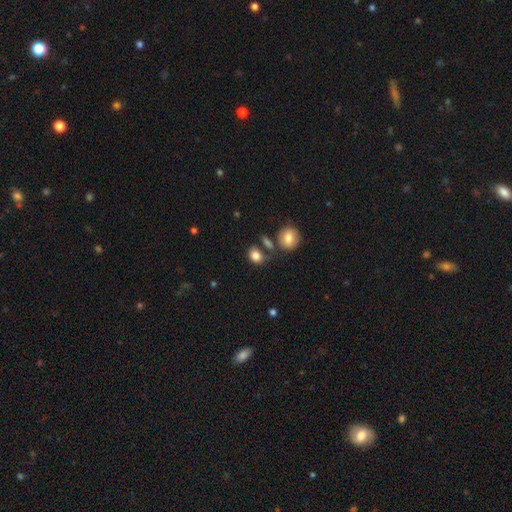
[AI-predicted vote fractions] Overall: smooth (83%). How rounded: in between (55%; round 43%). Merging: none (56%; merger 19%).